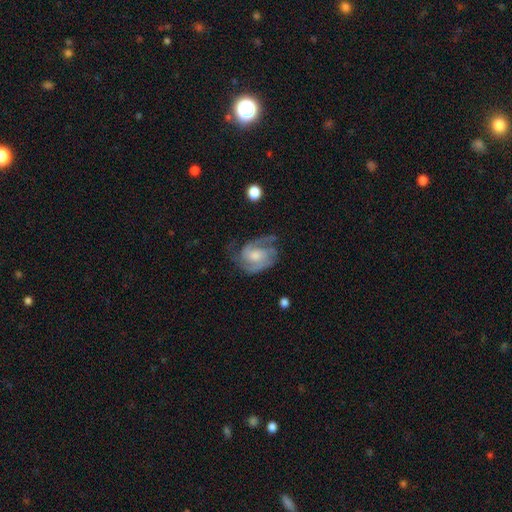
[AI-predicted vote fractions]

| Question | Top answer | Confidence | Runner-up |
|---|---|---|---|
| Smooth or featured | featured or disk | 84% | smooth (11%) |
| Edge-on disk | no | 98% | yes (2%) |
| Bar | no | 61% | weak (33%) |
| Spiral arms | yes | 96% | no (4%) |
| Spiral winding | medium | 46% | tight (41%) |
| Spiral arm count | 2 | 59% | 3 (18%) |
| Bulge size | moderate | 49% | small (32%) |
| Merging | none | 59% | minor disturbance (23%) |